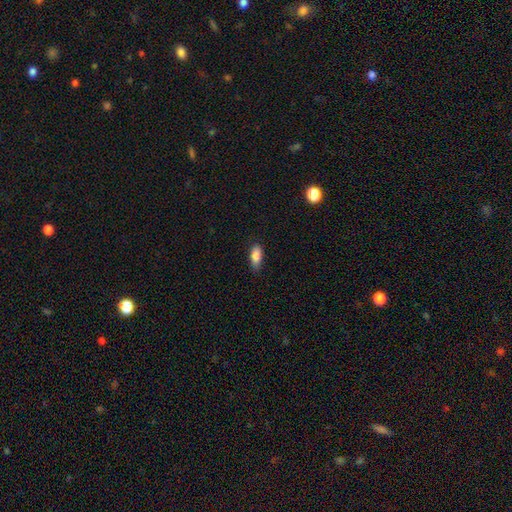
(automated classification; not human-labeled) A smooth galaxy with no disk features (86%) that is in between round and cigar-shaped (80%). Merging: none (79%).